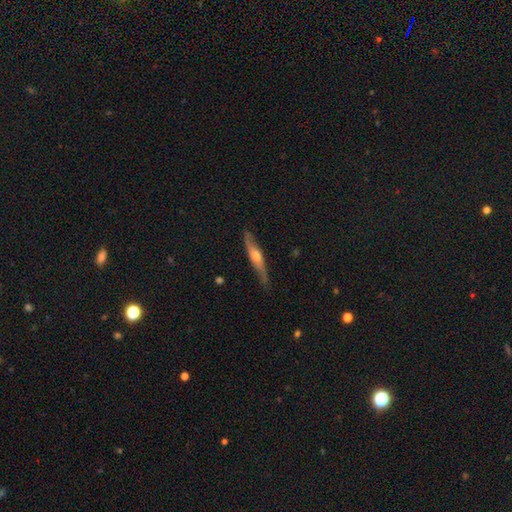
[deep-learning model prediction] Q: Smooth or featured?
A: featured or disk (67%); runner-up: smooth (27%)
Q: Edge-on disk?
A: yes (86%); runner-up: no (14%)
Q: Edge-on bulge?
A: rounded (87%); runner-up: none (8%)
Q: Merging?
A: none (81%); runner-up: minor disturbance (15%)